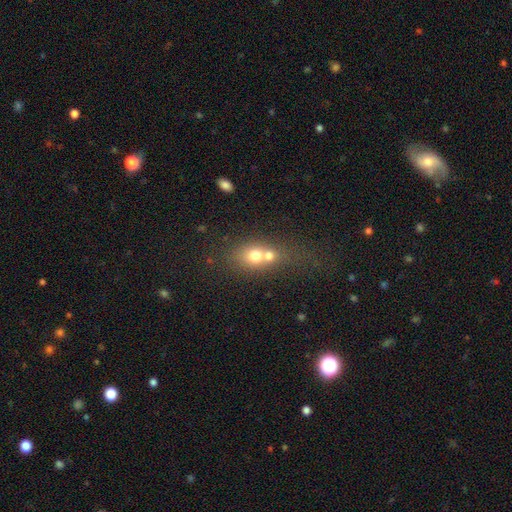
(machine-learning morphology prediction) A smooth galaxy with no disk features (66%) that is round (50%).

Vote fractions:
- Smooth or featured? smooth: 66% / featured or disk: 23% / star or artifact: 11%
- How rounded? round: 50% / in between: 47% / cigar-shaped: 3%
- Merging? merger: 64% / none: 24% / minor disturbance: 7% / major disturbance: 5%